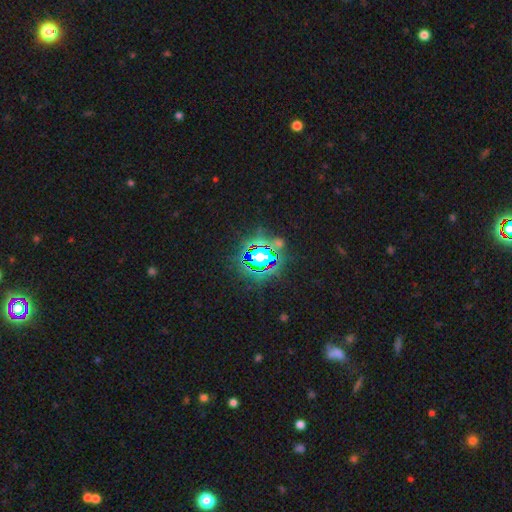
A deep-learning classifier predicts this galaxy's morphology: A star or artifact, not a galaxy (80%).